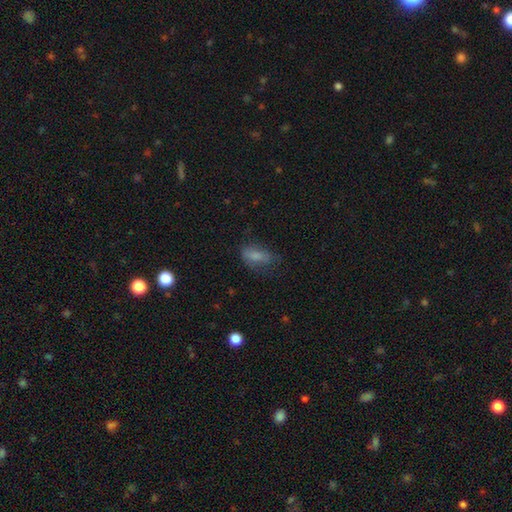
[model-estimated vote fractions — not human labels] smooth-or-featured: smooth: 74% | featured or disk: 15% | star or artifact: 11%
  how-rounded: in between: 84% | cigar-shaped: 11% | round: 6%
  merging: none: 56% | minor disturbance: 27% | major disturbance: 15% | merger: 2%